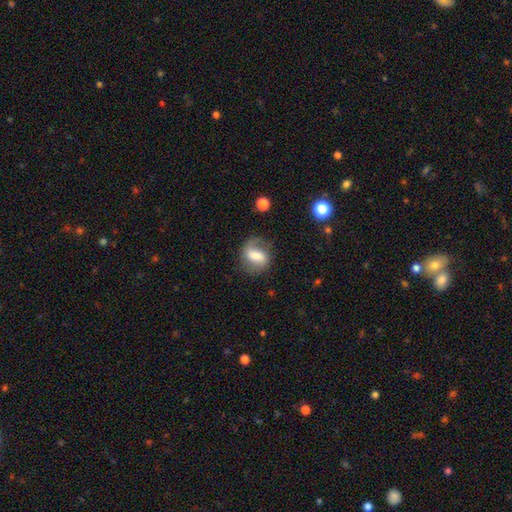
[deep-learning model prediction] This appears to be a featured or disk galaxy (49%). Merging: none (69%).